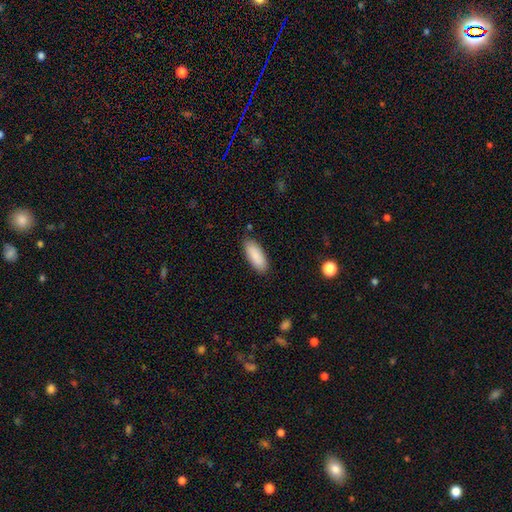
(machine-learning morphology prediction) Q: Smooth or featured?
A: smooth (88%); runner-up: star or artifact (6%)
Q: How rounded?
A: in between (77%); runner-up: cigar-shaped (21%)
Q: Merging?
A: none (85%); runner-up: minor disturbance (11%)